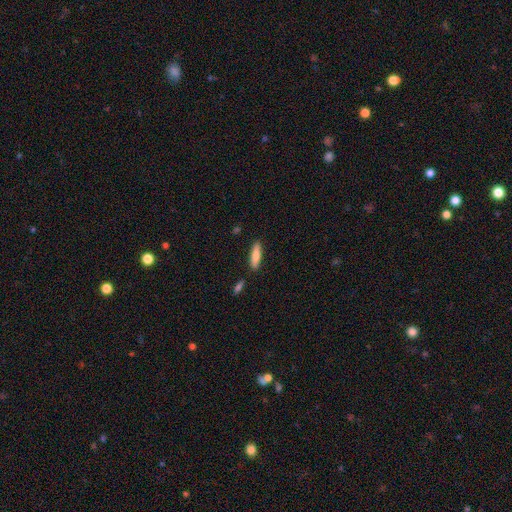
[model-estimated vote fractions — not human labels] Smooth or featured? smooth (80%)
How rounded? cigar-shaped (68%)
Merging? none (86%)